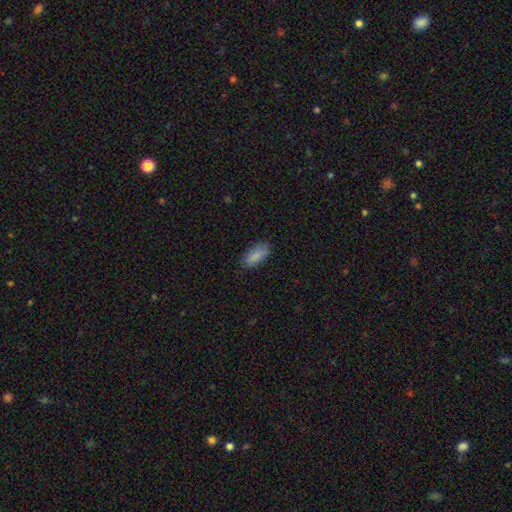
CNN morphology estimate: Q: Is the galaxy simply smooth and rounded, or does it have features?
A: smooth — 88%.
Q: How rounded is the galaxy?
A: in between — 86%.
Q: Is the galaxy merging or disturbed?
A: none — 82%.